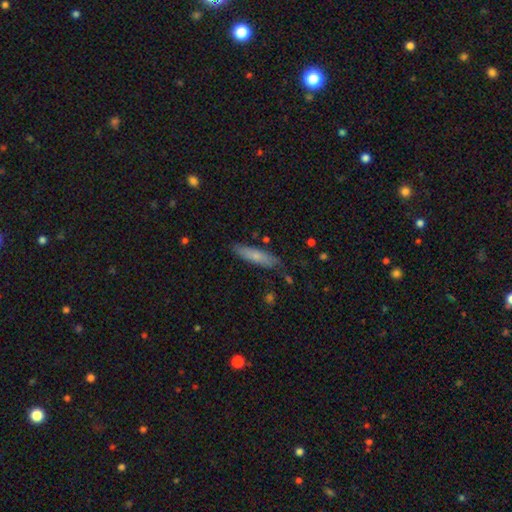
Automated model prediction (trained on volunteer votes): smooth-or-featured: smooth: 71% | featured or disk: 23% | star or artifact: 6%
  how-rounded: cigar-shaped: 76% | in between: 22% | round: 2%
  merging: none: 80% | minor disturbance: 15% | major disturbance: 3% | merger: 2%